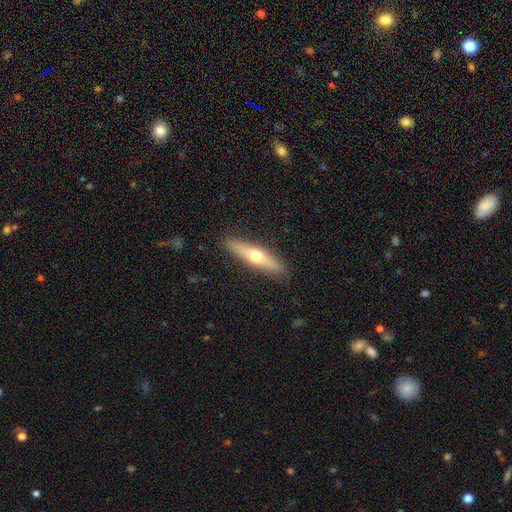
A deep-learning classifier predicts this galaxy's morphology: This is possibly a featured or disk galaxy (47%, tied with smooth). Merging: clearly none (89%).